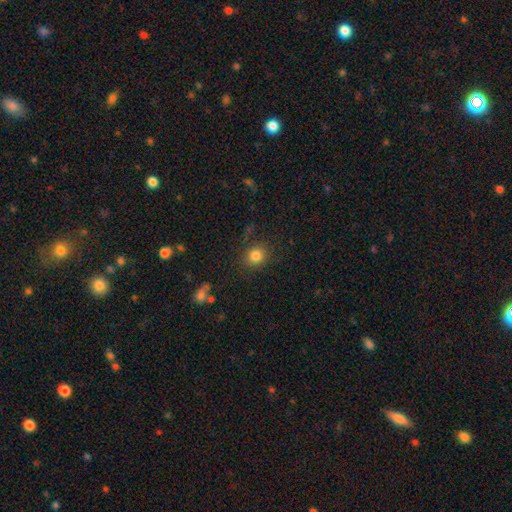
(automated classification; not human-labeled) Smooth or featured: smooth — 83% (star or artifact — 11%)
How rounded: round — 76% (in between — 23%)
Merging: none — 83% (minor disturbance — 11%)